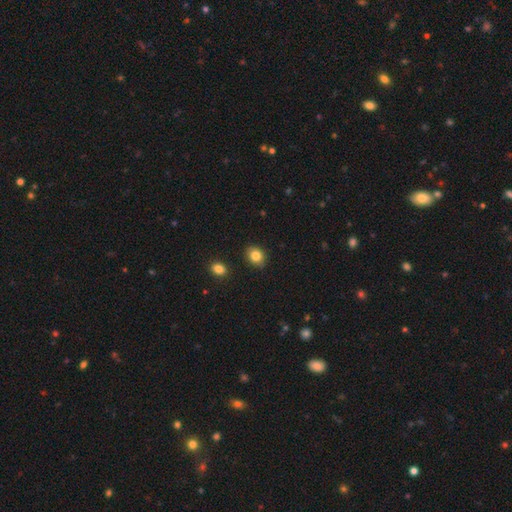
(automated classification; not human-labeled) Smooth or featured? smooth (84%)
How rounded? round (51%)
Merging? none (88%)